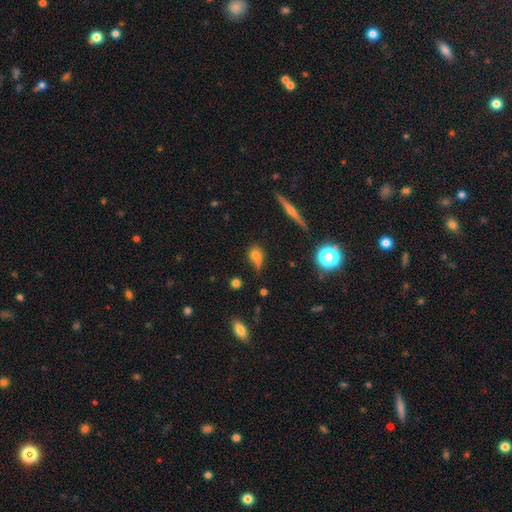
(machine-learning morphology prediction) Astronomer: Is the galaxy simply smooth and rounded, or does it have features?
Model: smooth — 68%.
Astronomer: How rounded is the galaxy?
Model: in between — 49% (runner-up: round, 43%).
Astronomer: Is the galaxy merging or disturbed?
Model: none — 45% (runner-up: minor disturbance, 35%).